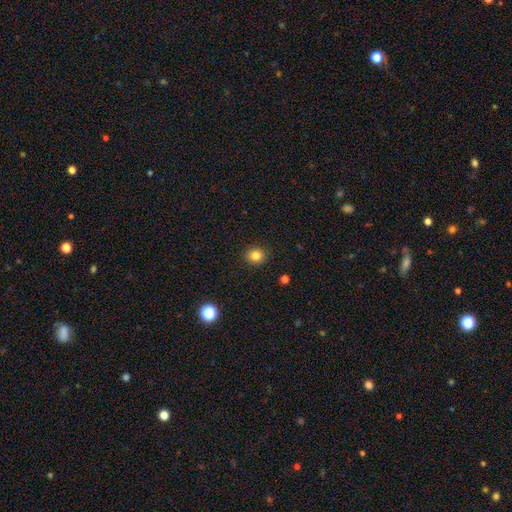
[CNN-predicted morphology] smooth_or_featured: smooth (p=0.82) [alt: star or artifact p=0.12]
how_rounded: round (p=0.79) [alt: in between p=0.20]
merging: none (p=0.91) [alt: minor disturbance p=0.06]